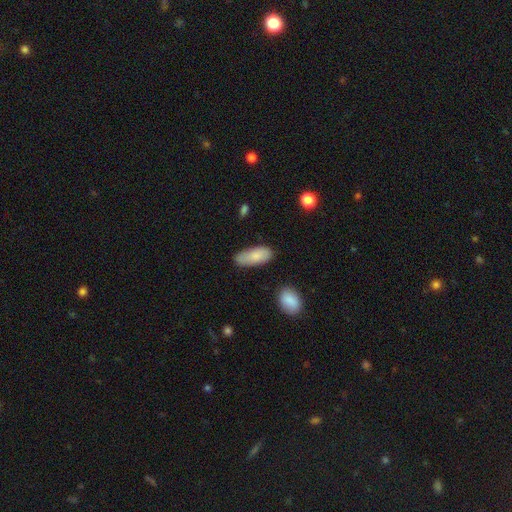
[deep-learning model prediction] Smooth or featured? smooth (83%)
How rounded? in between (85%)
Merging? none (67%)